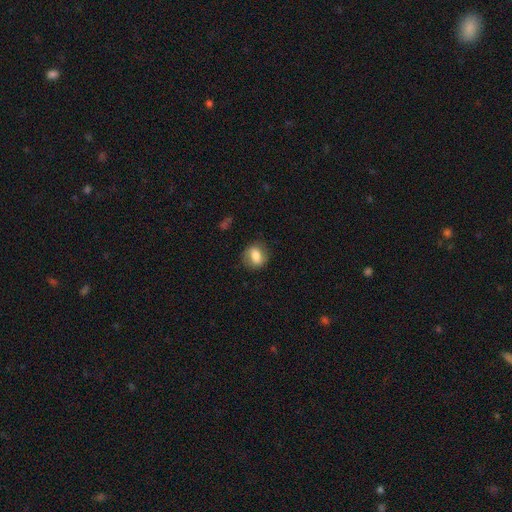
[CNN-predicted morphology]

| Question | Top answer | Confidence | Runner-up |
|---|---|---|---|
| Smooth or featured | smooth | 76% | featured or disk (16%) |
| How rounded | in between | 52% | round (46%) |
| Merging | none | 76% | minor disturbance (17%) |